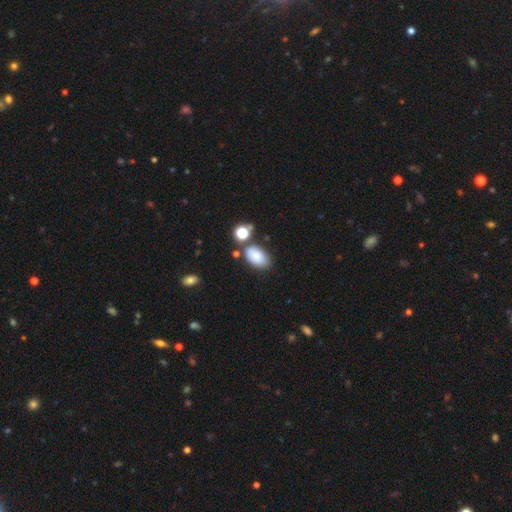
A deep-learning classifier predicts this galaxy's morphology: The model was most divided on "merging": none: 65%, minor disturbance: 18%, merger: 12%, major disturbance: 5%. More confident: how rounded — in between (92%); smooth or featured — smooth (82%).